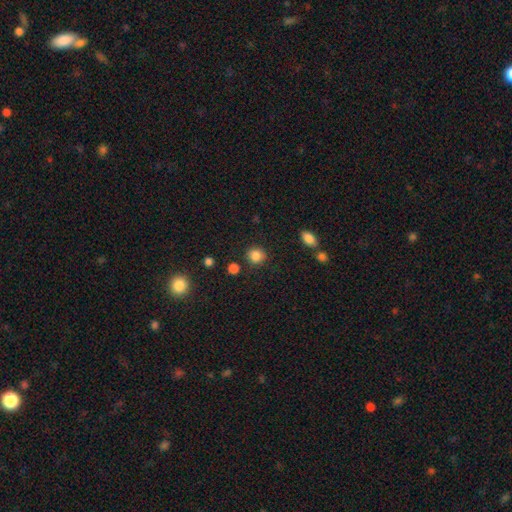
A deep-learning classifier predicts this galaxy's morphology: The model was most divided on "how rounded": round: 84%, in between: 15%, cigar-shaped: 1%. More confident: smooth or featured — smooth (85%); merging — none (85%).